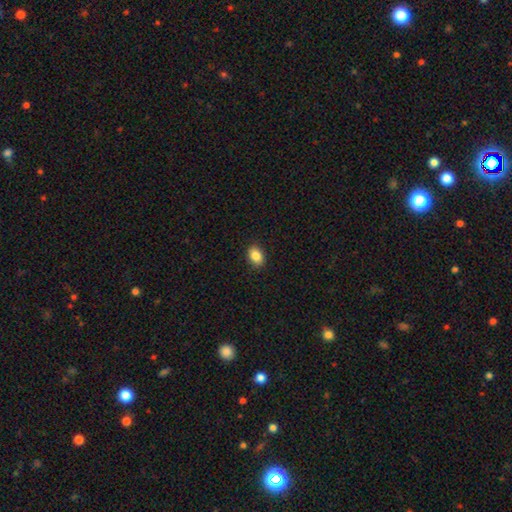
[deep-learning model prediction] Q: Smooth or featured?
A: smooth (86%); runner-up: star or artifact (9%)
Q: How rounded?
A: in between (77%); runner-up: round (22%)
Q: Merging?
A: none (89%); runner-up: minor disturbance (8%)